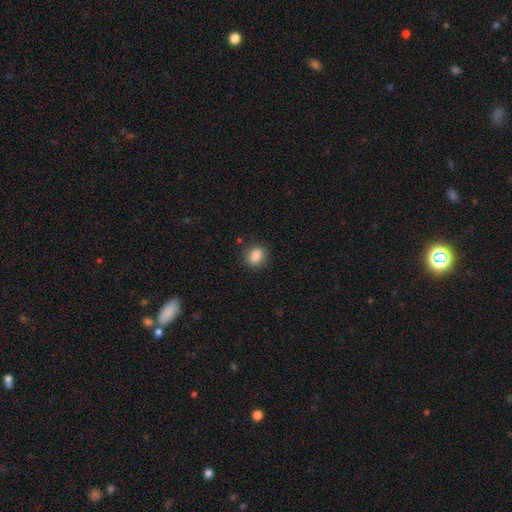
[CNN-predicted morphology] The model was most divided on "how rounded": in between: 51%, round: 47%, cigar-shaped: 1%. More confident: smooth or featured — smooth (86%); merging — none (82%).